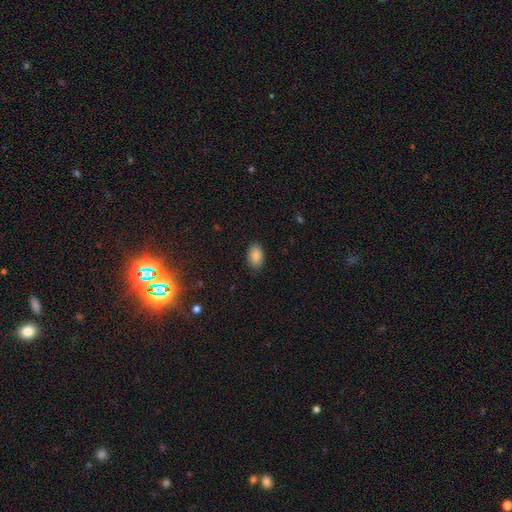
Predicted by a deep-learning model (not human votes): A smooth galaxy with no disk features (88%) that is in between round and cigar-shaped (90%). Merging: none (87%).